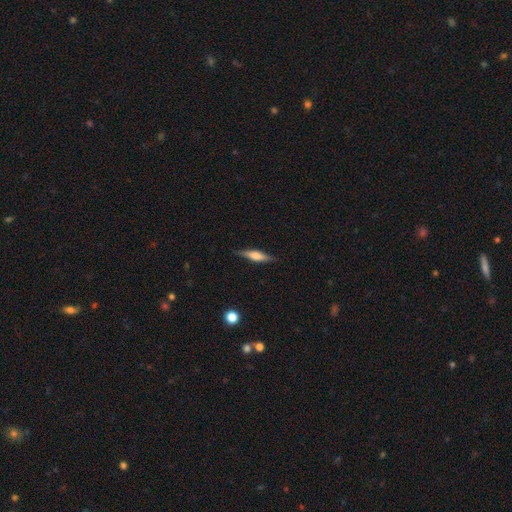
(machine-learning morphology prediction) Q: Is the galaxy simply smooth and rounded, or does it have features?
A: featured or disk — 51%.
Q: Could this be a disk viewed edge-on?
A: yes — 95%.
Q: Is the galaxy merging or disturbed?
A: none — 86%.